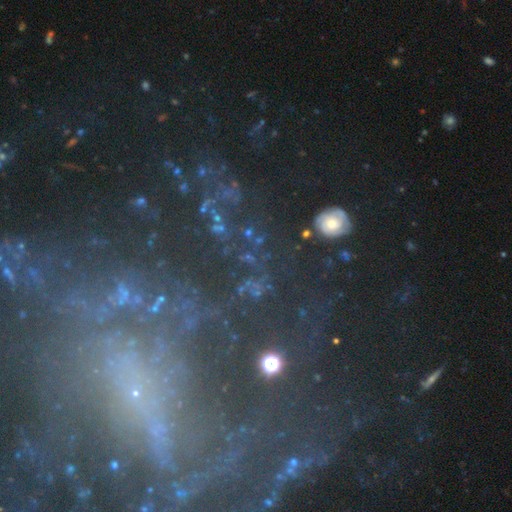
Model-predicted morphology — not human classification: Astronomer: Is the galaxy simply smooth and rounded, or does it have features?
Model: featured or disk — 55% (runner-up: star or artifact, 31%).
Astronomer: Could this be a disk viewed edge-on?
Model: no — 93%.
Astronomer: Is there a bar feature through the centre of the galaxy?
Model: no — 60%.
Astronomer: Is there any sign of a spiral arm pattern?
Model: yes — 72%.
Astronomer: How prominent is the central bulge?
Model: small — 63%.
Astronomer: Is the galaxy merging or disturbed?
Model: none — 66%.